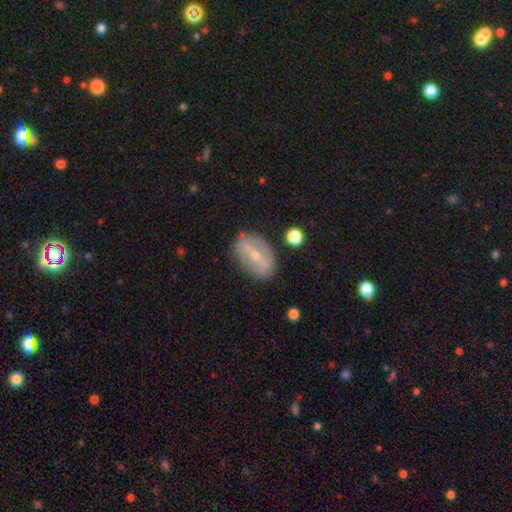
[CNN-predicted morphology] type=featured or disk (62%); edge-on=no (88%); bar=strong (54%); spiral arms=no (64%); bulge=small (58%); merging=none (79%).